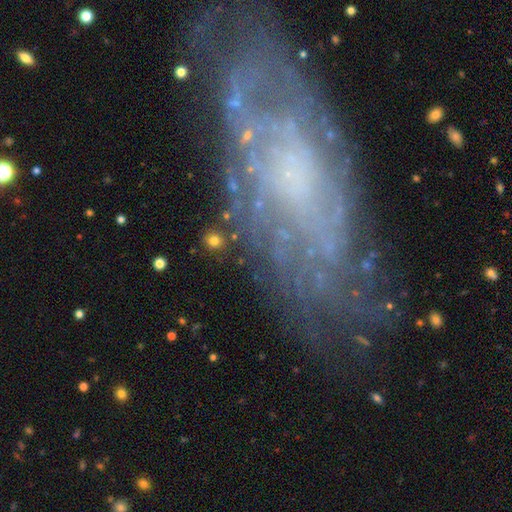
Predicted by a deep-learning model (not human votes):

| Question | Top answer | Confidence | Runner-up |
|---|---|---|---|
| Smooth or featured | featured or disk | 74% | smooth (17%) |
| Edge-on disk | no | 88% | yes (12%) |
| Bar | no | 78% | weak (18%) |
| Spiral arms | yes | 79% | no (21%) |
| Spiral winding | tight | 63% | medium (26%) |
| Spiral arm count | can't tell | 61% | 2 (14%) |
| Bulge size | none | 41% | small (40%) |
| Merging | none | 71% | minor disturbance (19%) |